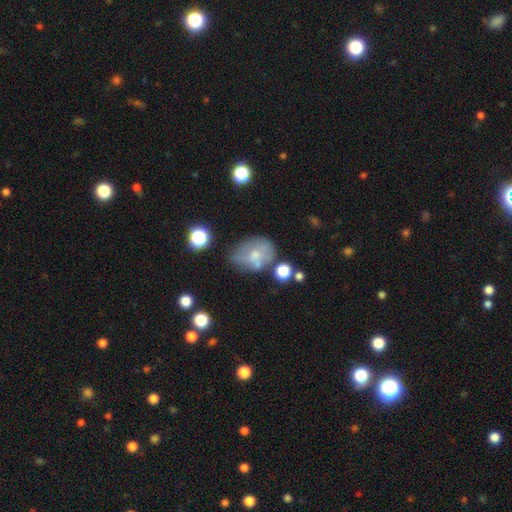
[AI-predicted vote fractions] Smooth or featured?
  - smooth: 55% *
  - featured or disk: 33%
  - star or artifact: 12%
How rounded?
  - in between: 64% *
  - round: 34%
  - cigar-shaped: 1%
Merging?
  - none: 38% *
  - minor disturbance: 29%
  - major disturbance: 19%
  - merger: 14%